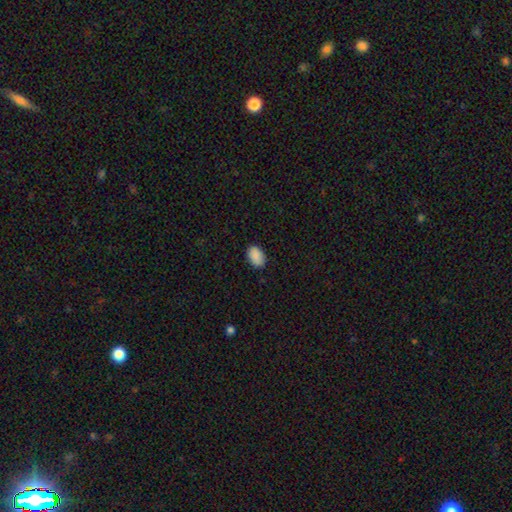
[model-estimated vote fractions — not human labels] Q: Smooth or featured?
A: smooth (90%); runner-up: star or artifact (8%)
Q: How rounded?
A: in between (87%); runner-up: round (11%)
Q: Merging?
A: none (85%); runner-up: minor disturbance (11%)